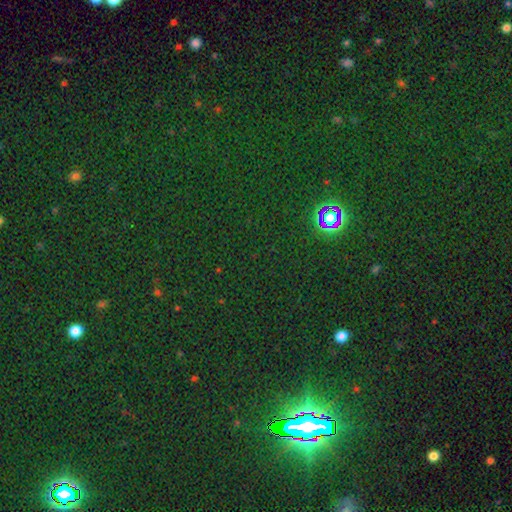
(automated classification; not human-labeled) Overall: star or artifact (78%).